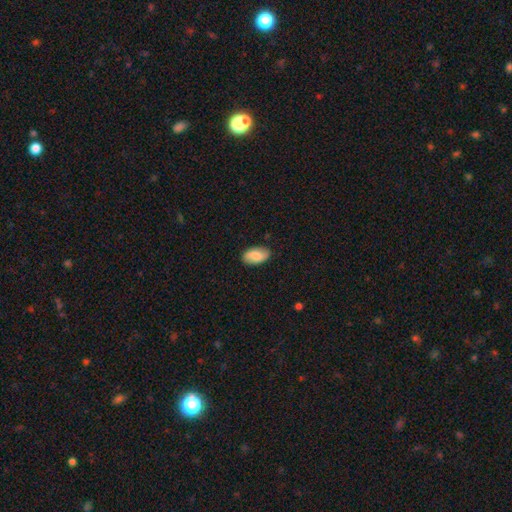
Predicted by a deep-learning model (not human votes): Q: Smooth or featured?
A: smooth (76%); runner-up: featured or disk (18%)
Q: How rounded?
A: in between (94%); runner-up: round (4%)
Q: Merging?
A: none (85%); runner-up: minor disturbance (11%)